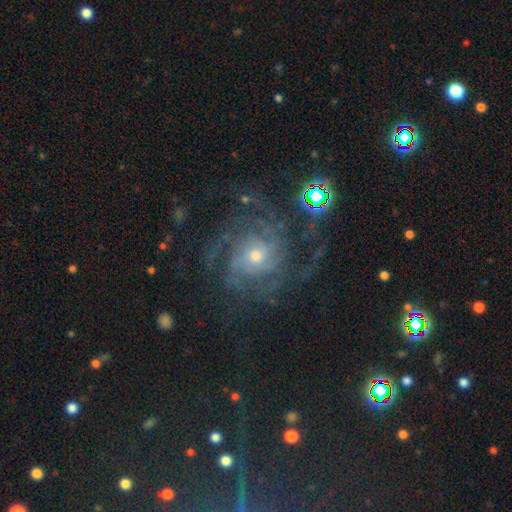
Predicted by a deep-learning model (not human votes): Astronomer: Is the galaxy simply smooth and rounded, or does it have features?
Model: featured or disk — 85%.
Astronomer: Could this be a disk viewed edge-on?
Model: no — 98%.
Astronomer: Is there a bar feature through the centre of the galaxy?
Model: no — 73%.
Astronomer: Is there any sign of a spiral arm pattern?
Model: yes — 95%.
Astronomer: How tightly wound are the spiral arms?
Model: tight — 52% (runner-up: medium, 37%).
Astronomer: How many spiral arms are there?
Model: can't tell — 29% (runner-up: 3, 20%).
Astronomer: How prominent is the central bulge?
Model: small — 53% (runner-up: moderate, 42%).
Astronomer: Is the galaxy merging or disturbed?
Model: none — 67%.